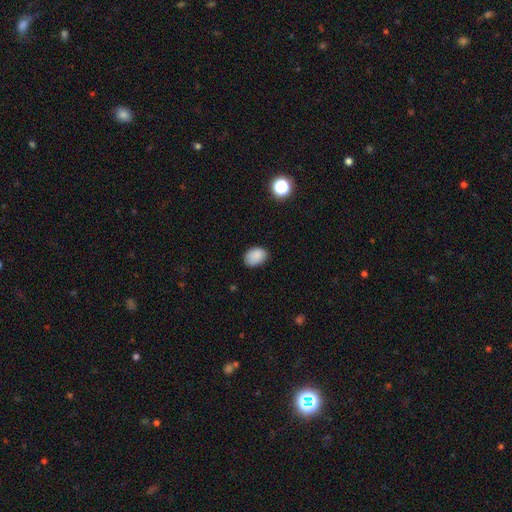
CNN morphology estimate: A smooth galaxy with no disk features (87%) that is in between round and cigar-shaped (76%).

Vote fractions:
- Smooth or featured? smooth: 87% / star or artifact: 9% / featured or disk: 4%
- How rounded? in between: 76% / round: 23% / cigar-shaped: 1%
- Merging? none: 81% / minor disturbance: 15% / major disturbance: 3% / merger: 1%